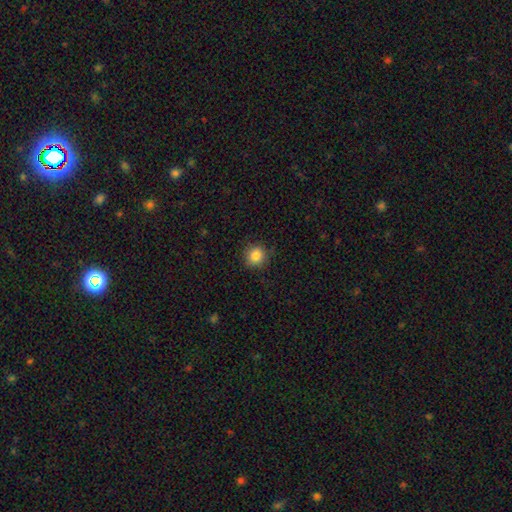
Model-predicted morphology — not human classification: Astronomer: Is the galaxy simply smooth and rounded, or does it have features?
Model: smooth — 85%.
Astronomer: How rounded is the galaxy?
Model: round — 91%.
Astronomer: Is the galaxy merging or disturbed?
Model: none — 87%.